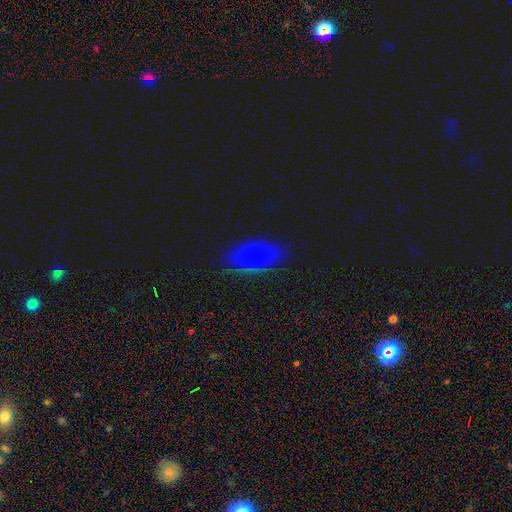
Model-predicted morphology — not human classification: type=smooth (70%); roundness=in between (89%); merging=none (79%).